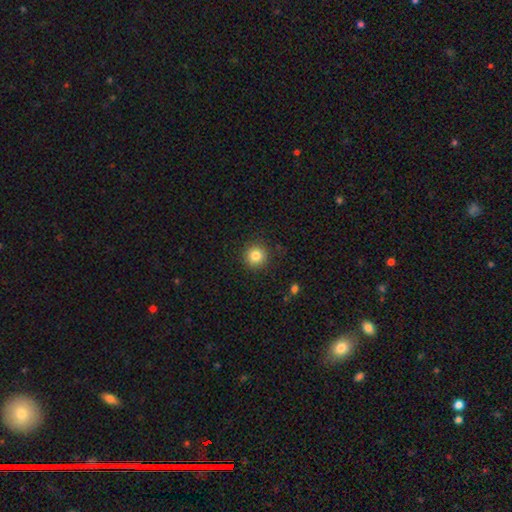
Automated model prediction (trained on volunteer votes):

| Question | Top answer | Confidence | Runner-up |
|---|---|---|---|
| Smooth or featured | smooth | 83% | star or artifact (11%) |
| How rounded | round | 95% | in between (4%) |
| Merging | none | 90% | minor disturbance (7%) |